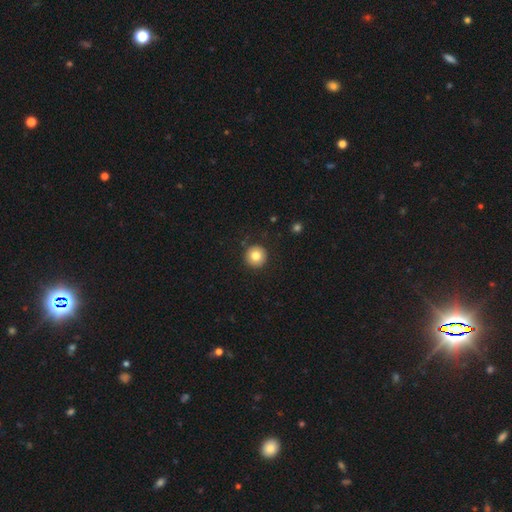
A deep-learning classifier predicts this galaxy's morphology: type=smooth (83%); roundness=round (96%); merging=none (91%).